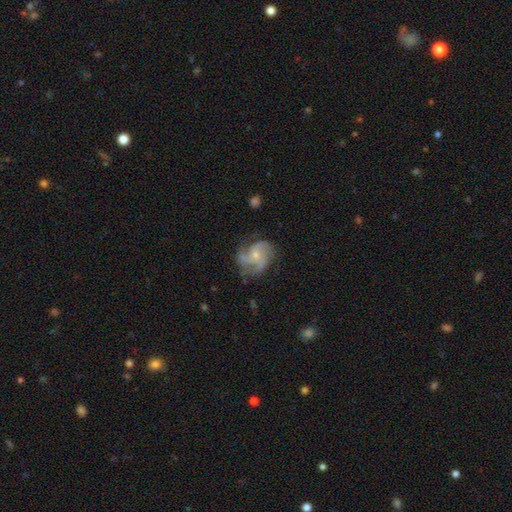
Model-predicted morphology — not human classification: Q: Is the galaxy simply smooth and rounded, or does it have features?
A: featured or disk — 82%.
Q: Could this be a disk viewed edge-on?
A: no — 98%.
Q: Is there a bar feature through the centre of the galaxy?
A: no — 72%.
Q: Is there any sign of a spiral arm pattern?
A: yes — 95%.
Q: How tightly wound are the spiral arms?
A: medium — 53%.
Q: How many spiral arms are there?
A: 3 — 54%.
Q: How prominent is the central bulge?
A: small — 61%.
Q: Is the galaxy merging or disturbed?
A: none — 64%.